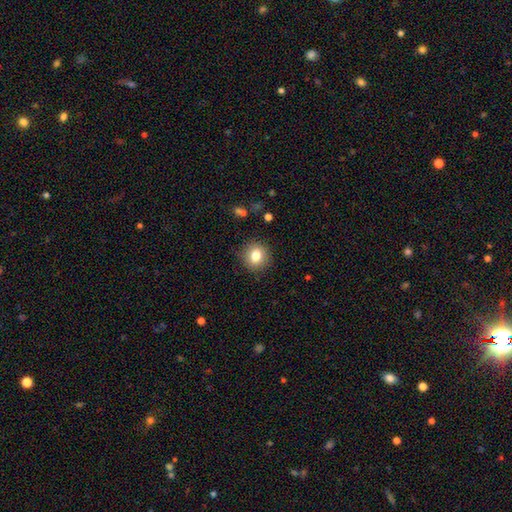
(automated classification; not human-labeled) A smooth galaxy with no disk features (81%) that is round (87%).

Vote fractions:
- Smooth or featured? smooth: 81% / star or artifact: 10% / featured or disk: 9%
- How rounded? round: 87% / in between: 12% / cigar-shaped: 1%
- Merging? none: 89% / minor disturbance: 8% / major disturbance: 2% / merger: 1%